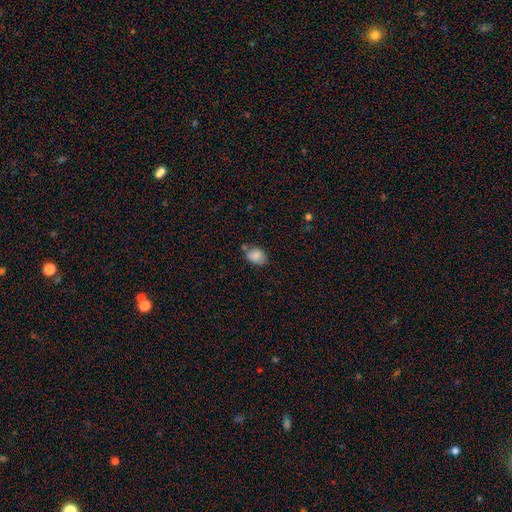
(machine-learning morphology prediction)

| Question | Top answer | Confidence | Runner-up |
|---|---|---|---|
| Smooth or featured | smooth | 84% | star or artifact (9%) |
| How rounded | in between | 73% | round (26%) |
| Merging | none | 60% | minor disturbance (24%) |